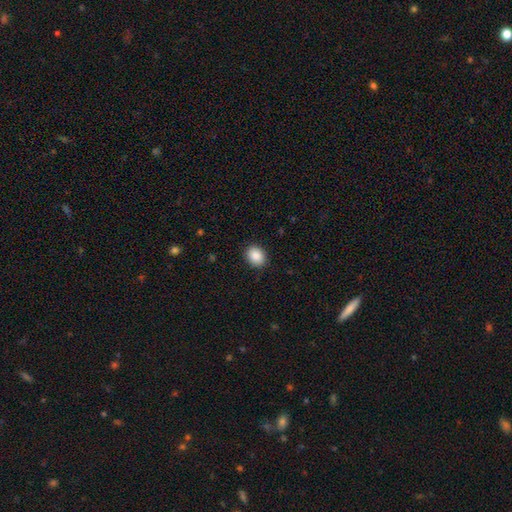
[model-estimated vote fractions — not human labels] Smooth or featured?
  - smooth: 89% *
  - star or artifact: 8%
  - featured or disk: 3%
How rounded?
  - in between: 52% *
  - round: 47%
  - cigar-shaped: 1%
Merging?
  - none: 89% *
  - minor disturbance: 7%
  - major disturbance: 2%
  - merger: 1%